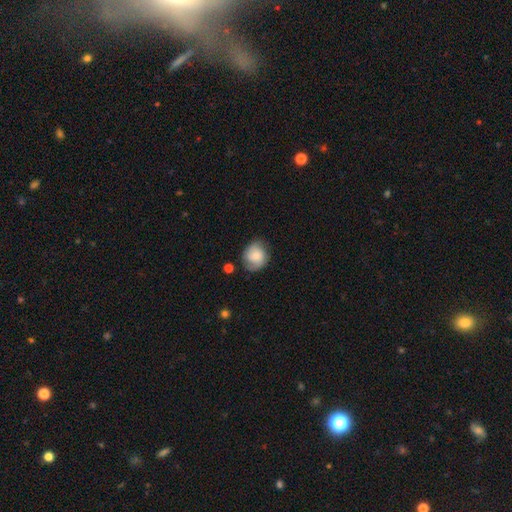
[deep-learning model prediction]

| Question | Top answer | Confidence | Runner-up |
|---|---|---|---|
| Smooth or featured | smooth | 66% | featured or disk (26%) |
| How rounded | round | 69% | in between (30%) |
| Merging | none | 65% | minor disturbance (26%) |